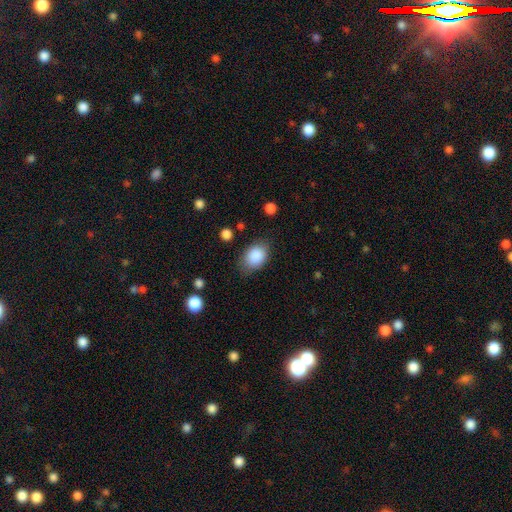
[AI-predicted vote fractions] This is clearly a smooth galaxy (88%). How rounded: likely in between (77%). Merging: likely none (76%).